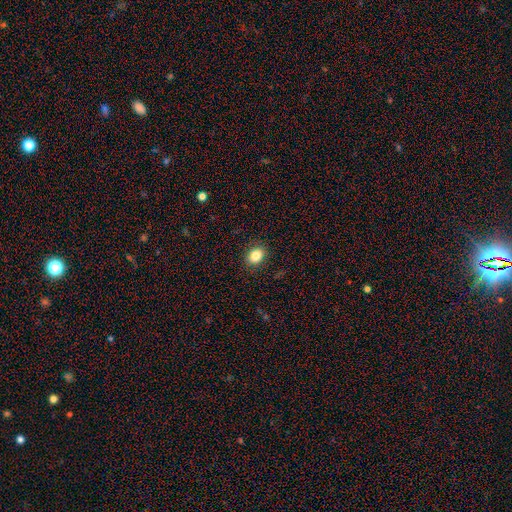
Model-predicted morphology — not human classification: smooth-or-featured: smooth: 84% | star or artifact: 10% | featured or disk: 6%
  how-rounded: in between: 55% | round: 44% | cigar-shaped: 1%
  merging: none: 89% | minor disturbance: 8% | major disturbance: 2% | merger: 1%